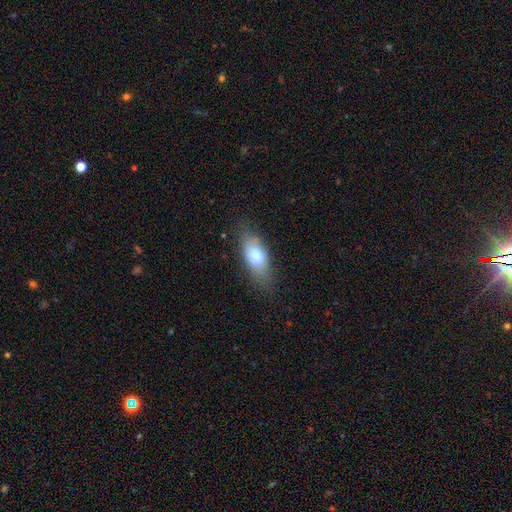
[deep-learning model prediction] smooth_or_featured: smooth (p=0.79) [alt: featured or disk p=0.14]
how_rounded: in between (p=0.82) [alt: cigar-shaped p=0.15]
merging: none (p=0.76) [alt: minor disturbance p=0.18]